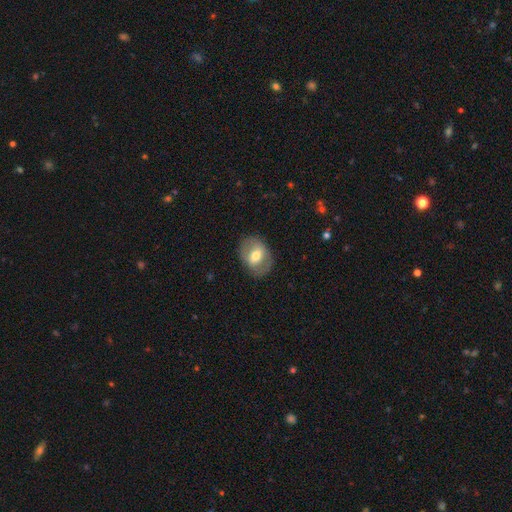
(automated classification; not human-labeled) Smooth or featured? Predicted: smooth (p=0.52). How rounded? Predicted: in between (p=0.63). Merging? Predicted: none (p=0.81).